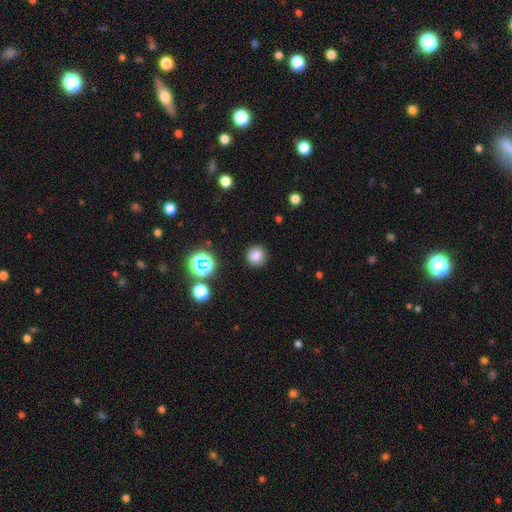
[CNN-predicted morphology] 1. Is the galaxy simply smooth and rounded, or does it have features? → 78% smooth, 16% star or artifact, 5% featured or disk.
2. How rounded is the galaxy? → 93% round, 6% in between, 1% cigar-shaped.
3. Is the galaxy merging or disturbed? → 89% none, 7% minor disturbance, 3% major disturbance, 2% merger.